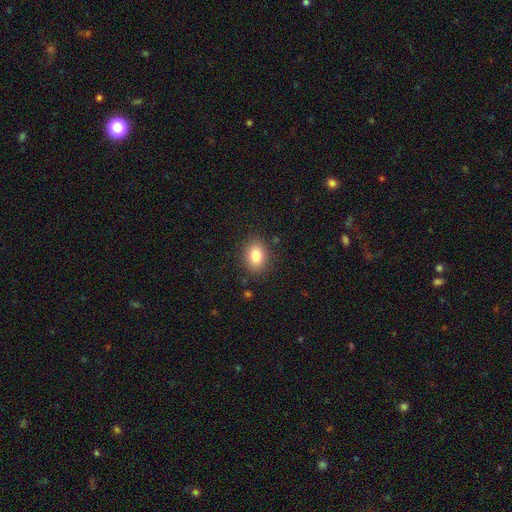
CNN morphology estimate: This appears to be a smooth galaxy with no disk features (83%) that is in between round and cigar-shaped (71%). Merging: none (86%).